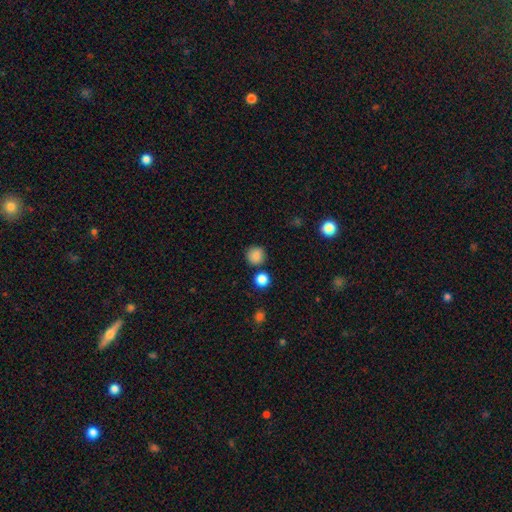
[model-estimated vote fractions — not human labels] A smooth galaxy with no disk features (85%) that is round (93%).

Vote fractions:
- Smooth or featured? smooth: 85% / star or artifact: 11% / featured or disk: 4%
- How rounded? round: 93% / in between: 6% / cigar-shaped: 1%
- Merging? none: 84% / minor disturbance: 8% / merger: 5% / major disturbance: 3%